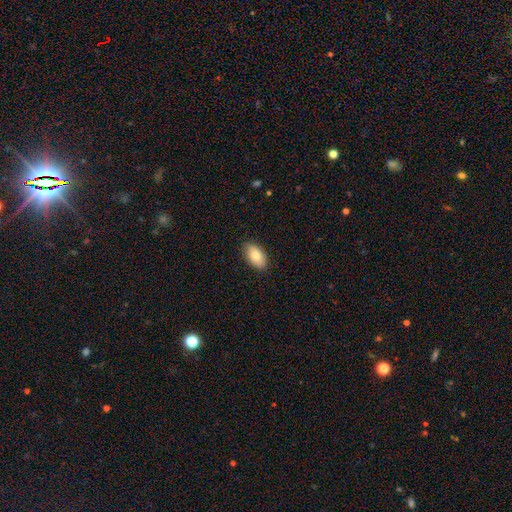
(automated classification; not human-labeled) Smooth or featured: smooth — 78% (featured or disk — 15%)
How rounded: in between — 93% (round — 5%)
Merging: none — 86% (minor disturbance — 11%)